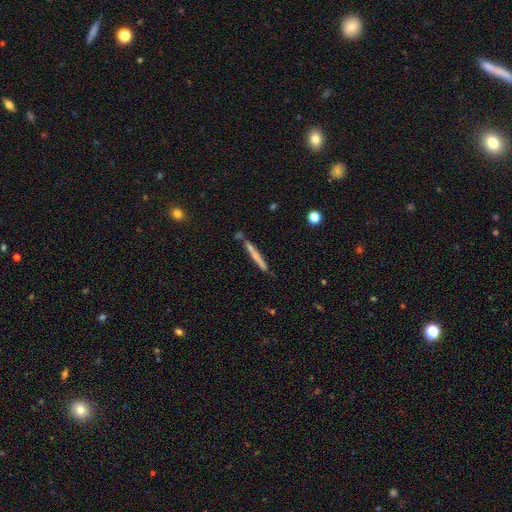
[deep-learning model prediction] This appears to be a smooth galaxy with no disk features (56%) that is cigar-shaped (96%). Merging: none (81%).